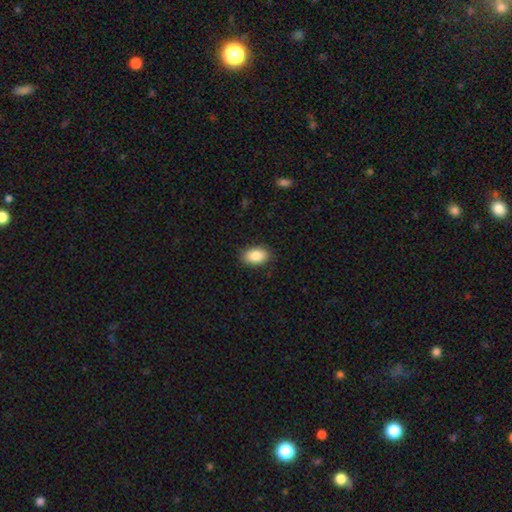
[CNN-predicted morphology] This is clearly a smooth galaxy (88%). How rounded: clearly in between (92%). Merging: clearly none (88%).